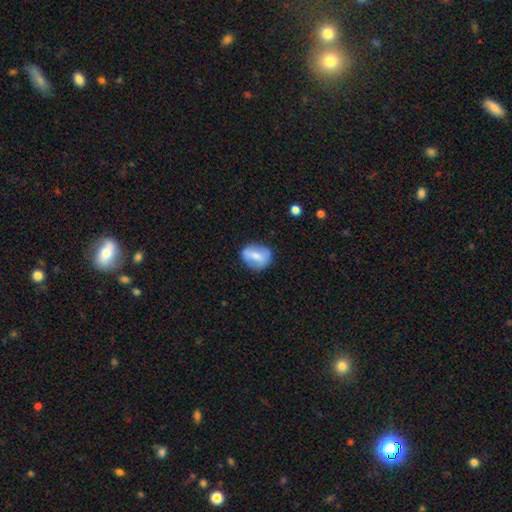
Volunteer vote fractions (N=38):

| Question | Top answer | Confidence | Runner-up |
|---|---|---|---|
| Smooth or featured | smooth | 61% | featured or disk (37%) |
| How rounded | in between | 61% | round (35%) |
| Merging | none | 65% | minor disturbance (24%) |